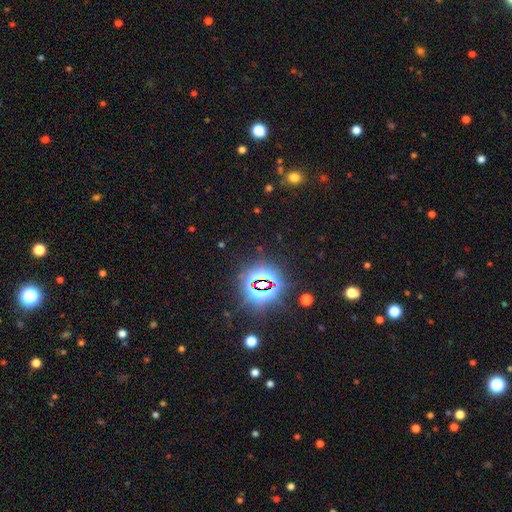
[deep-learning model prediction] Smooth or featured? Predicted: star or artifact (p=0.83).